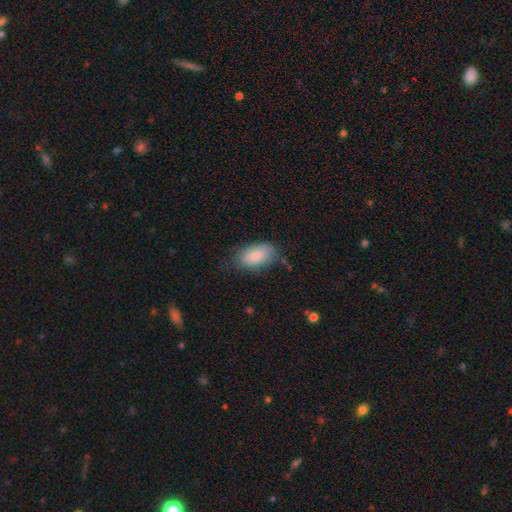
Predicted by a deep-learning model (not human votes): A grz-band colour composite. It shows a smooth galaxy with no disk features (82%) that is in between round and cigar-shaped (93%). Merging: none (67%).